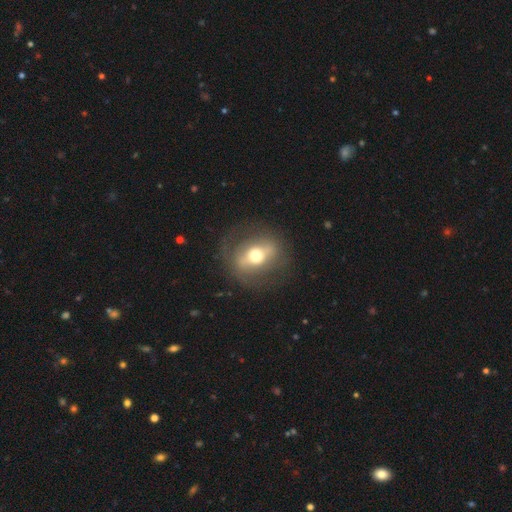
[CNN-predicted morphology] The model was most divided on "smooth or featured": featured or disk: 56%, smooth: 36%, star or artifact: 8%. More confident: edge-on disk — no (79%); merging — none (77%).